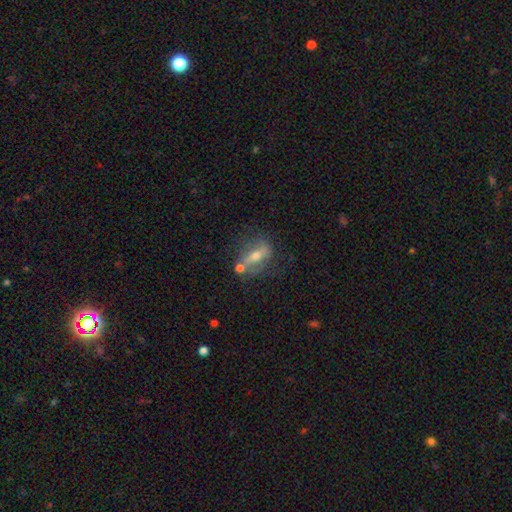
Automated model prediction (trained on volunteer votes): Q: Smooth or featured?
A: featured or disk (55%); runner-up: smooth (35%)
Q: Edge-on disk?
A: no (63%); runner-up: yes (37%)
Q: Merging?
A: none (60%); runner-up: minor disturbance (17%)